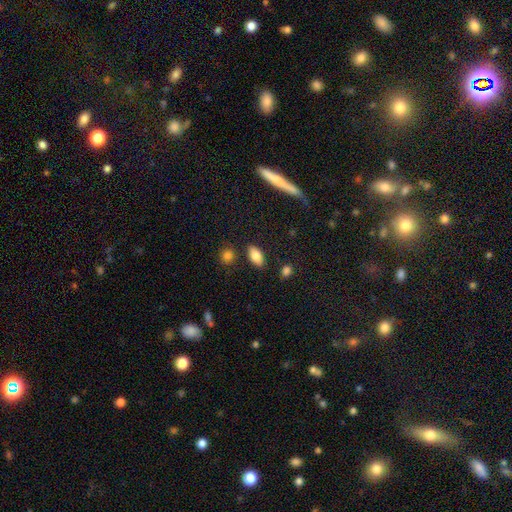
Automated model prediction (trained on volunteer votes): Smooth or featured: smooth — 82% (featured or disk — 11%)
How rounded: in between — 89% (cigar-shaped — 7%)
Merging: none — 84% (minor disturbance — 10%)